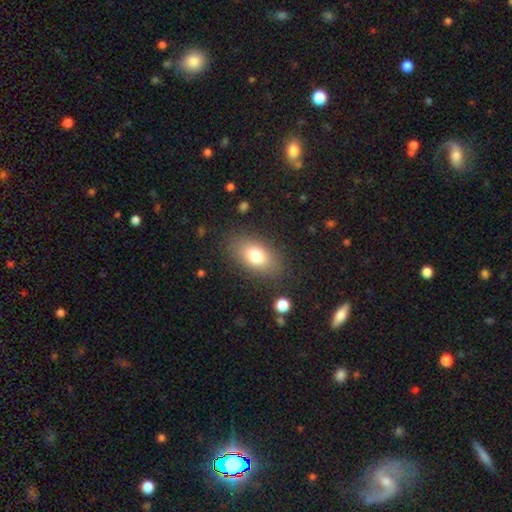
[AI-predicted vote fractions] This is likely a smooth galaxy (77%). How rounded: clearly in between (87%). Merging: clearly none (83%).